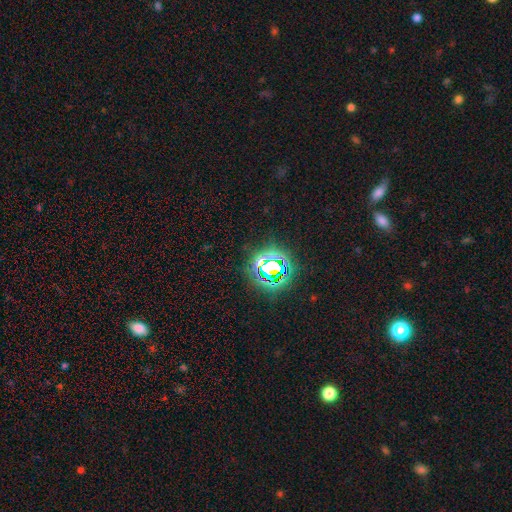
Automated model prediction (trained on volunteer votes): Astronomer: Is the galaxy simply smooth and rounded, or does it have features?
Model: star or artifact — 80%.